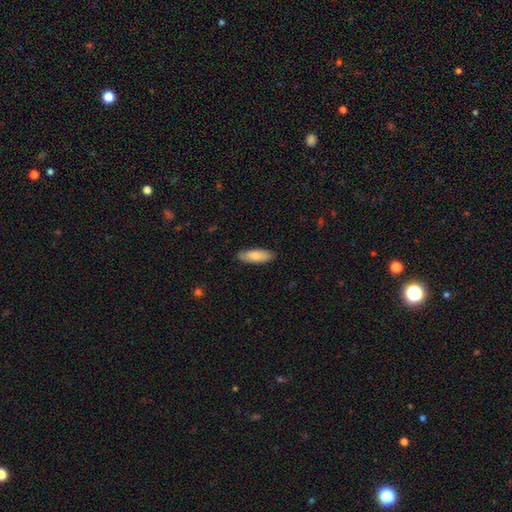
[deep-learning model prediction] The model was most divided on "how rounded": in between: 64%, cigar-shaped: 34%, round: 2%. More confident: merging — none (86%); smooth or featured — smooth (80%).